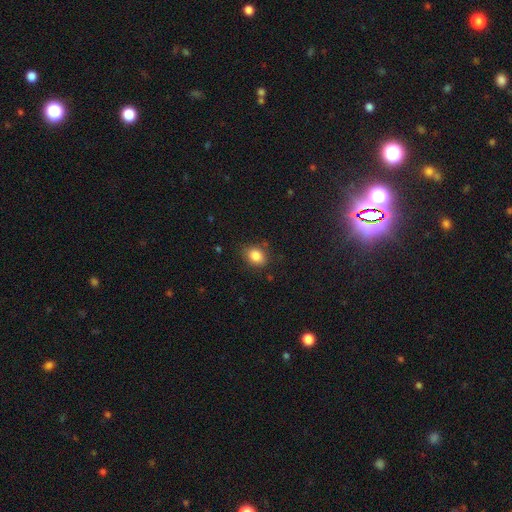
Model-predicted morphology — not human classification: This is clearly a smooth galaxy (85%). How rounded: likely in between (66%). Merging: likely none (79%).